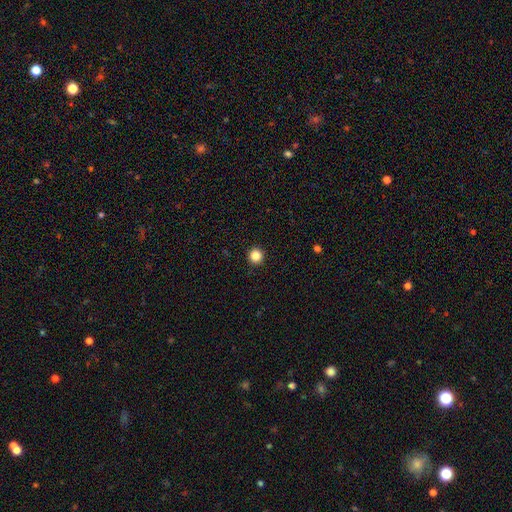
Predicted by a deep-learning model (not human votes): Morphology: type=smooth (85%); roundness=round (96%); merging=none (94%).